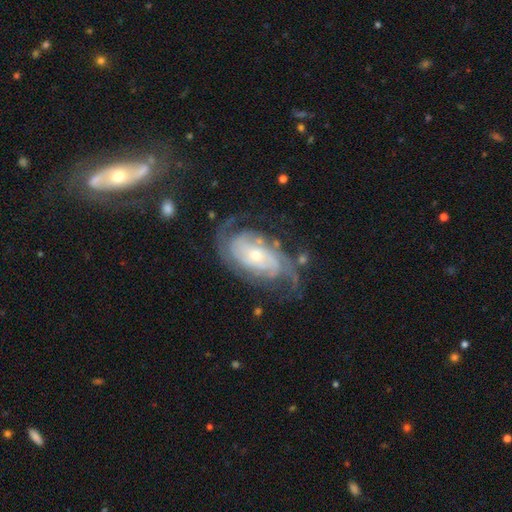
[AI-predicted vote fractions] Q: Smooth or featured?
A: featured or disk (89%); runner-up: smooth (7%)
Q: Edge-on disk?
A: no (96%); runner-up: yes (4%)
Q: Bar?
A: no (64%); runner-up: weak (26%)
Q: Spiral arms?
A: yes (97%); runner-up: no (3%)
Q: Spiral winding?
A: tight (57%); runner-up: medium (33%)
Q: Spiral arm count?
A: 2 (43%); runner-up: can't tell (20%)
Q: Bulge size?
A: small (60%); runner-up: moderate (35%)
Q: Merging?
A: none (65%); runner-up: minor disturbance (18%)